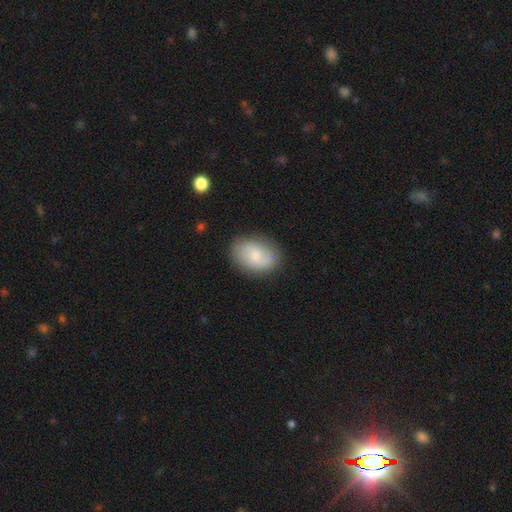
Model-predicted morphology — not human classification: Smooth or featured? smooth (61%)
How rounded? in between (70%)
Merging? none (82%)